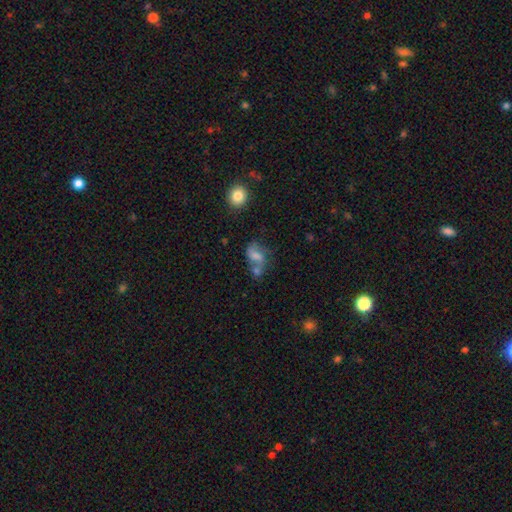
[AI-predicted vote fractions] A smooth galaxy with no disk features (45%). Merging: merger (39%).